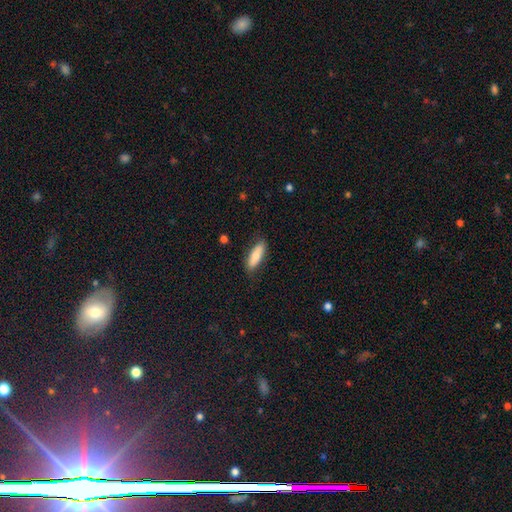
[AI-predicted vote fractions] A smooth galaxy with no disk features (75%) that is in between round and cigar-shaped (54%). Merging: none (82%).